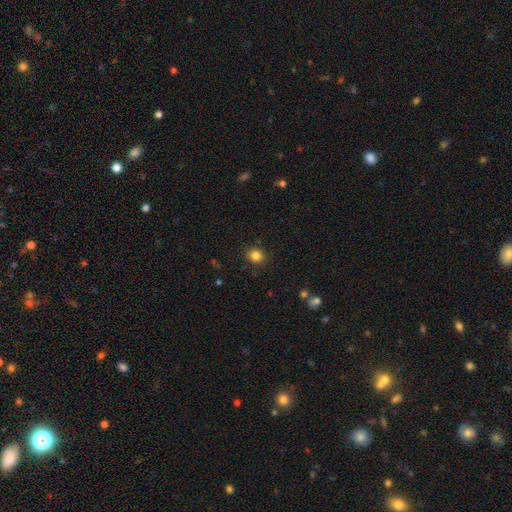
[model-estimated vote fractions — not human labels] A smooth galaxy with no disk features (84%) that is round (76%). Merging: none (89%).